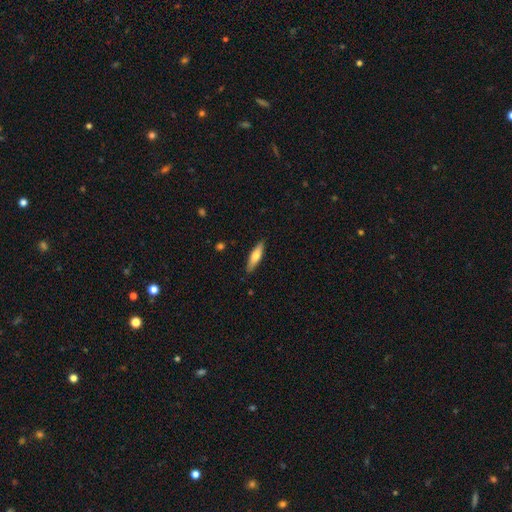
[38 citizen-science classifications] Smooth or featured?
  - smooth: 71% *
  - featured or disk: 24%
  - star or artifact: 5%
How rounded?
  - cigar-shaped: 70% *
  - in between: 30%
  - round: 0%
Merging?
  - none: 83% *
  - minor disturbance: 14%
  - major disturbance: 3%
  - merger: 0%